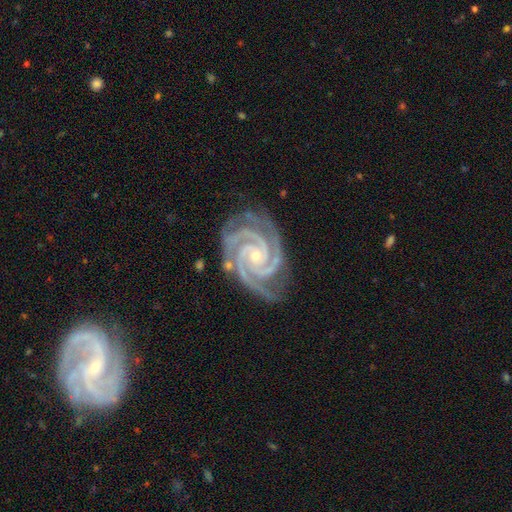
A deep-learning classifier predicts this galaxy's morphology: This is clearly a featured or disk galaxy (95%). It is clearly not viewed edge-on (98%). Bar: likely no (67%). Spiral arm pattern: clearly yes (99%). Spiral arm count: possibly 3 (52%). Spiral winding: clearly tight (80%). Central bulge: likely small (78%). Merging: likely none (77%).